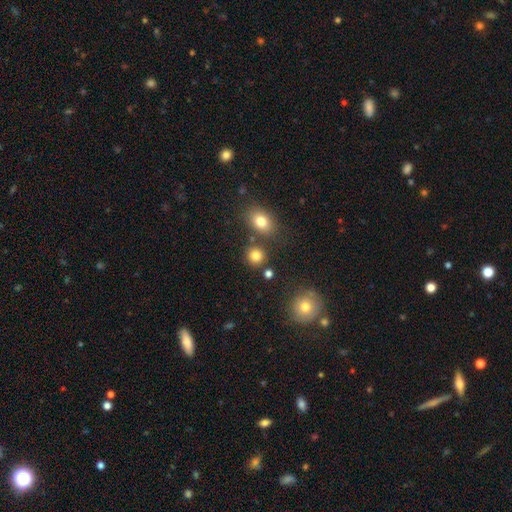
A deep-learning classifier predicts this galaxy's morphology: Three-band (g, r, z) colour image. It shows a smooth galaxy with no disk features (81%) that is round (84%). Merging: none (78%).